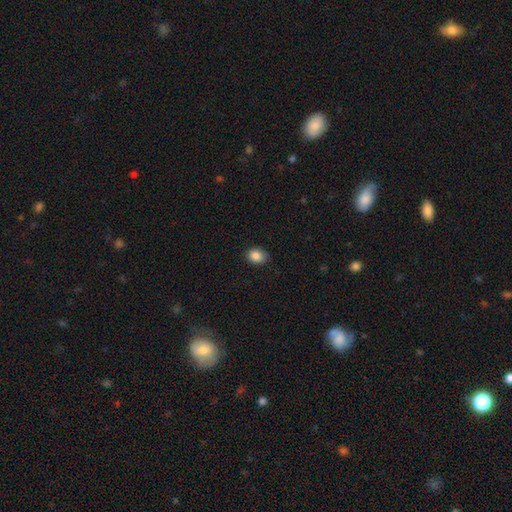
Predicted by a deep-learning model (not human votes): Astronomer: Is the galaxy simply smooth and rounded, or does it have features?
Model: smooth — 87%.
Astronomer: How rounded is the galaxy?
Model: in between — 56% (runner-up: round, 44%).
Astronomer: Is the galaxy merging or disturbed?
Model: none — 83%.